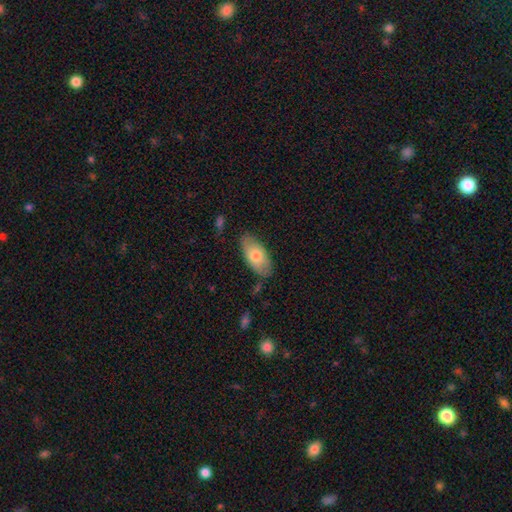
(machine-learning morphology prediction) A smooth galaxy with no disk features (73%) that is in between round and cigar-shaped (92%).

Vote fractions:
- Smooth or featured? smooth: 73% / featured or disk: 21% / star or artifact: 6%
- How rounded? in between: 92% / cigar-shaped: 6% / round: 2%
- Merging? none: 76% / minor disturbance: 18% / major disturbance: 4% / merger: 2%